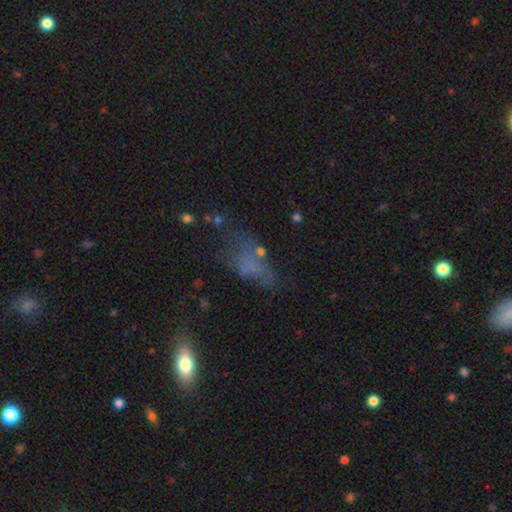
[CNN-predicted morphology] smooth-or-featured: smooth: 51% | featured or disk: 27% | star or artifact: 22%
  how-rounded: in between: 77% | cigar-shaped: 15% | round: 9%
  merging: none: 40% | major disturbance: 29% | minor disturbance: 22% | merger: 9%